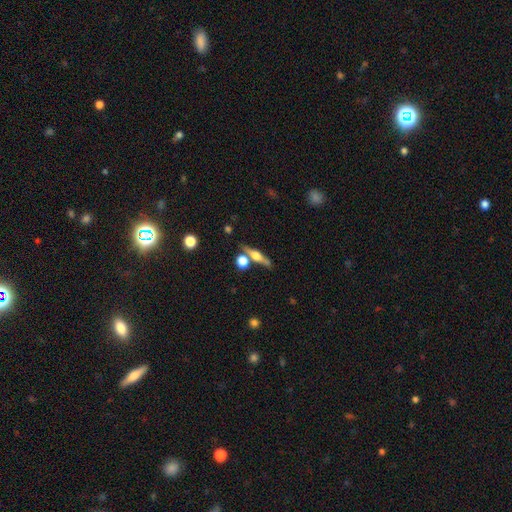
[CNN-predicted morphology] The model was most divided on "smooth or featured": featured or disk: 61%, smooth: 30%, star or artifact: 9%. More confident: edge-on disk — yes (94%); edge-on bulge — rounded (90%); merging — none (71%).